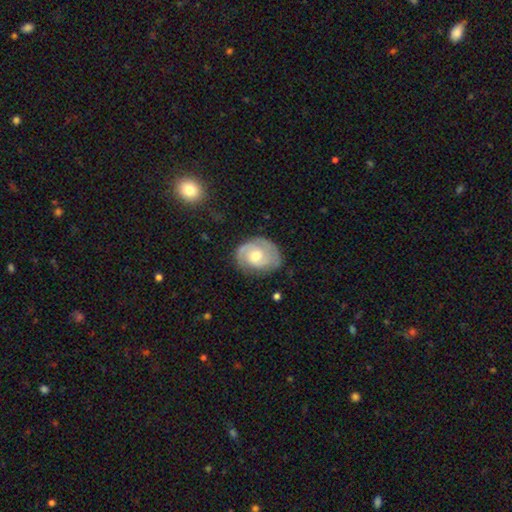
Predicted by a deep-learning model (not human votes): Overall: featured or disk (68%). Edge-on disk: no (97%). Bar: no (68%). Spiral arms: yes (86%). Spiral arm count: 2 (54%; can't tell 22%). Spiral winding: tight (51%; medium 36%). Bulge size: moderate (70%). Merging: none (67%).